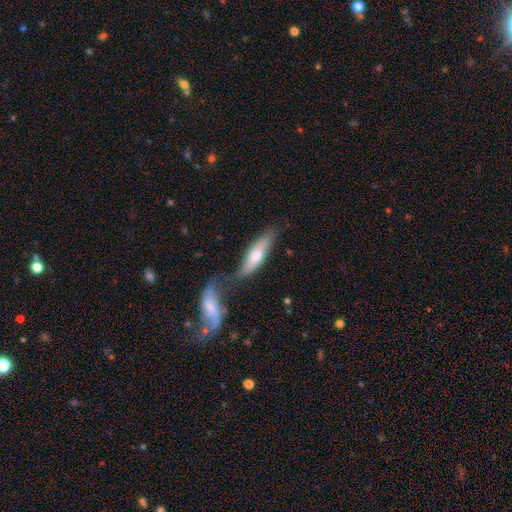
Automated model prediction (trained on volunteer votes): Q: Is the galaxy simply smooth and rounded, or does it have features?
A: smooth — 49%.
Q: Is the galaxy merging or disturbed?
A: none — 45%.